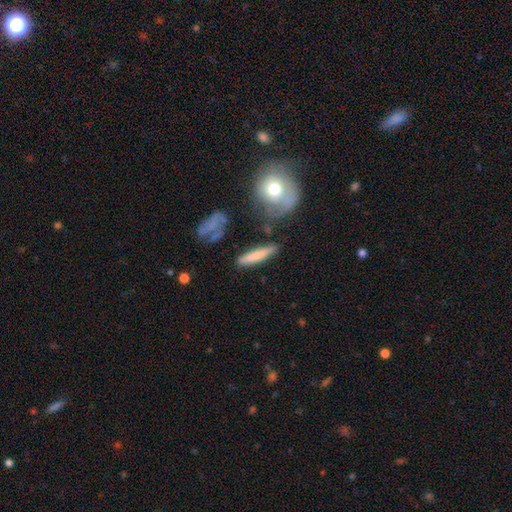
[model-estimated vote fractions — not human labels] This is likely a smooth galaxy (70%). How rounded: clearly cigar-shaped (87%). Merging: likely none (79%).